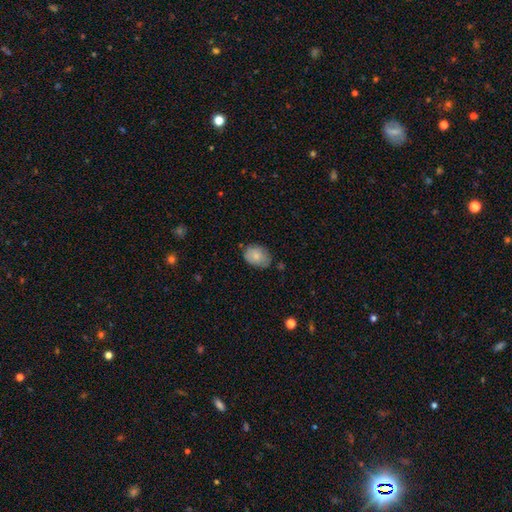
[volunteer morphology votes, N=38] type=smooth (76%); roundness=in between (66%); merging=none (81%).